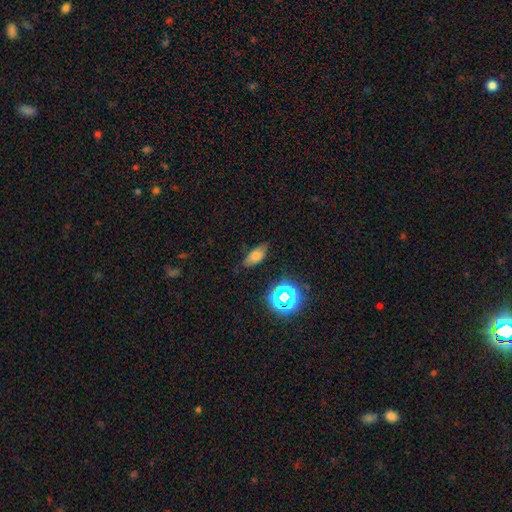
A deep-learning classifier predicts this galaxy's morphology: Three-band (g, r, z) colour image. It shows a smooth galaxy with no disk features (69%) that is in between round and cigar-shaped (82%). Merging: none (76%).